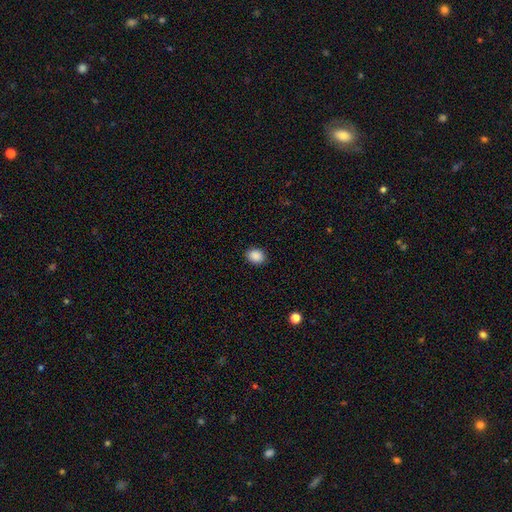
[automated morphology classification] Smooth or featured: smooth — 89% (star or artifact — 8%)
How rounded: in between — 58% (round — 41%)
Merging: none — 89% (minor disturbance — 8%)